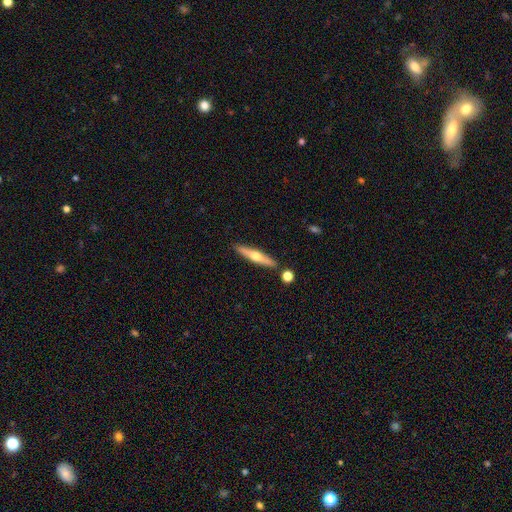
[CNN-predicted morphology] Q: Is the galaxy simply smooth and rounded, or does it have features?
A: featured or disk — 56%.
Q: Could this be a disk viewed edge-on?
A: yes — 94%.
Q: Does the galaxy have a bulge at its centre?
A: rounded — 91%.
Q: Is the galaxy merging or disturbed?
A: none — 86%.